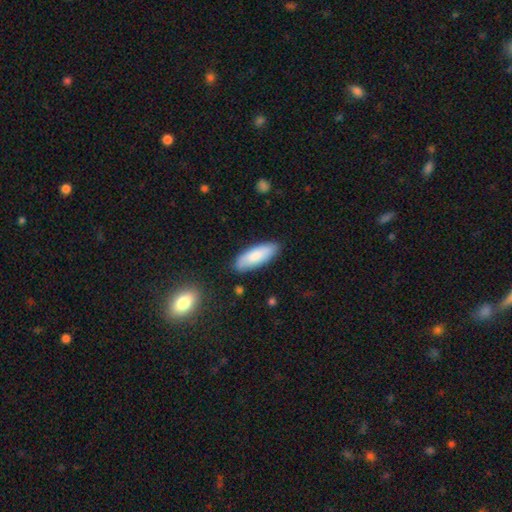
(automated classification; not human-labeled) This is clearly a smooth galaxy (80%). How rounded: likely in between (69%). Merging: clearly none (85%).